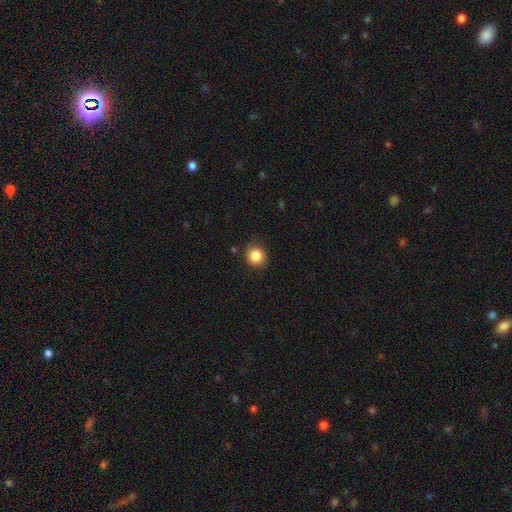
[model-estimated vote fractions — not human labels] A smooth galaxy with no disk features (86%) that is round (85%).

Vote fractions:
- Smooth or featured? smooth: 86% / star or artifact: 10% / featured or disk: 4%
- How rounded? round: 85% / in between: 14% / cigar-shaped: 1%
- Merging? none: 86% / minor disturbance: 10% / major disturbance: 3% / merger: 1%